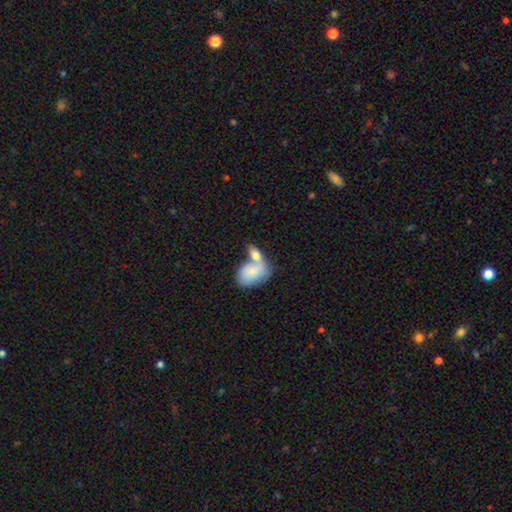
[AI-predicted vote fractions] smooth-or-featured: smooth: 77% | featured or disk: 17% | star or artifact: 7%
  how-rounded: in between: 86% | round: 11% | cigar-shaped: 3%
  merging: merger: 58% | none: 25% | minor disturbance: 11% | major disturbance: 5%